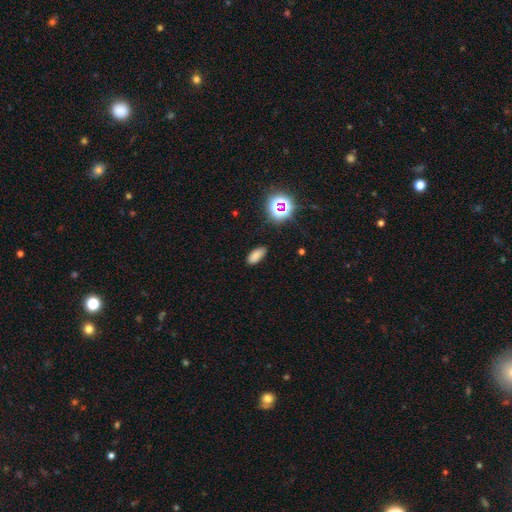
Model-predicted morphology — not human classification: smooth_or_featured: smooth (p=0.78) [alt: star or artifact p=0.17]
how_rounded: in between (p=0.85) [alt: cigar-shaped p=0.11]
merging: none (p=0.84) [alt: minor disturbance p=0.12]